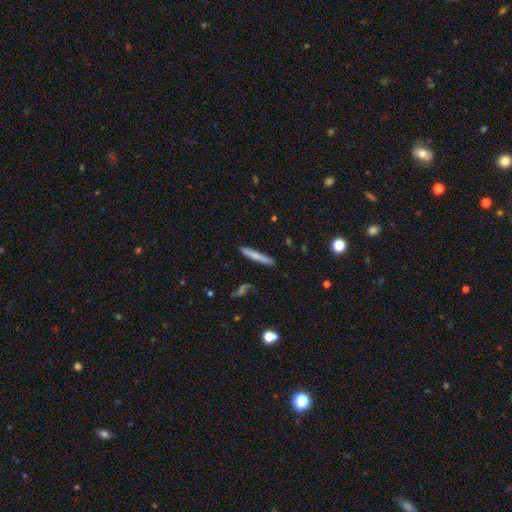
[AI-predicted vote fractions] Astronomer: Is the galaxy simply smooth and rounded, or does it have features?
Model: smooth — 68%.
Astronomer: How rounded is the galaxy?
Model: cigar-shaped — 95%.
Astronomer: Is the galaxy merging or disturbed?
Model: none — 85%.